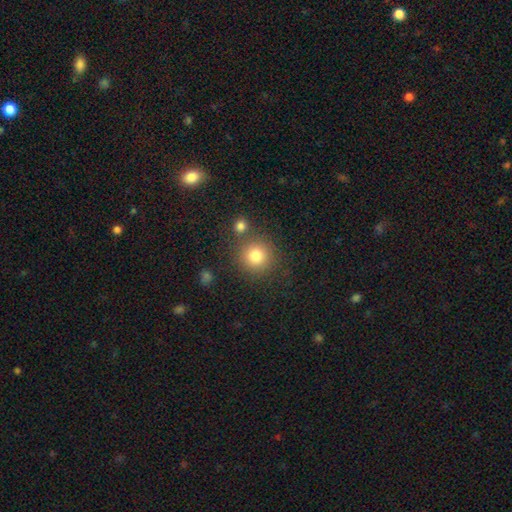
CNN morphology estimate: Smooth or featured: smooth — 82% (star or artifact — 11%)
How rounded: round — 92% (in between — 7%)
Merging: none — 77% (merger — 11%)